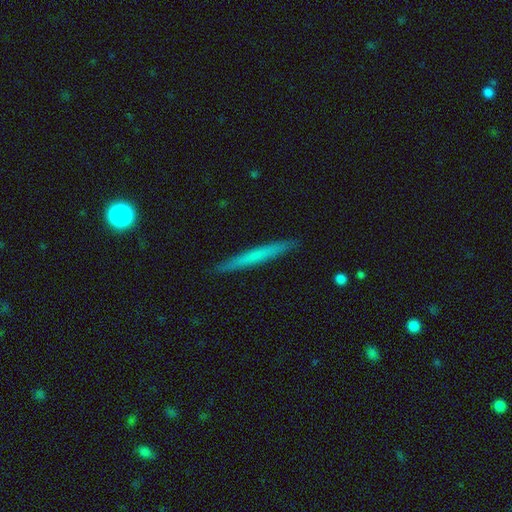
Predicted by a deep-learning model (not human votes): Smooth or featured?
  - smooth: 57% *
  - featured or disk: 37%
  - star or artifact: 6%
How rounded?
  - cigar-shaped: 97% *
  - in between: 2%
  - round: 1%
Merging?
  - none: 91% *
  - minor disturbance: 6%
  - major disturbance: 1%
  - merger: 1%